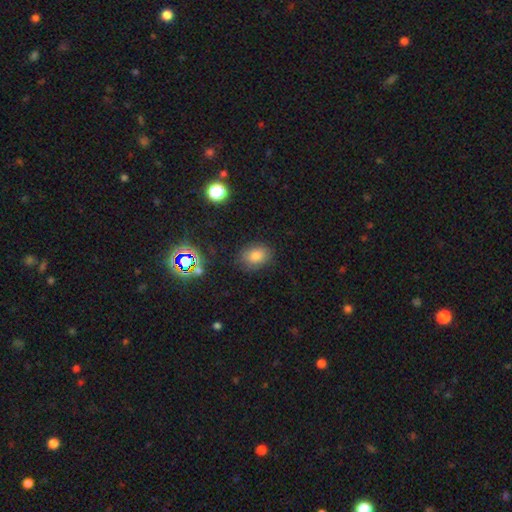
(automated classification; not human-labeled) smooth 78%, star or artifact 15%, featured or disk 8%. Down the decision tree: how rounded — in between (64%); merging — none (82%).